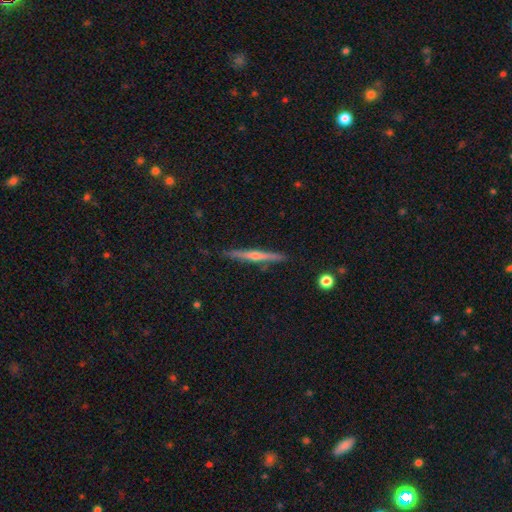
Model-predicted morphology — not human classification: This appears to be a featured or disk galaxy (74%) viewed edge-on (98%) with a rounded central bulge (77%). Merging: none (90%).